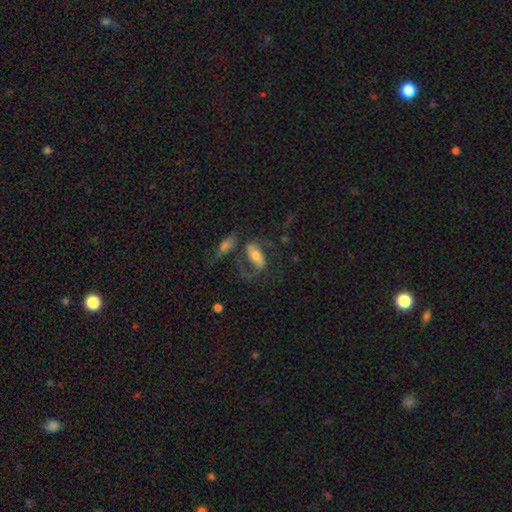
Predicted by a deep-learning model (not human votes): Smooth or featured: featured or disk — 52% (smooth — 40%)
Edge-on disk: no — 88% (yes — 12%)
Merging: none — 36% (major disturbance — 30%)